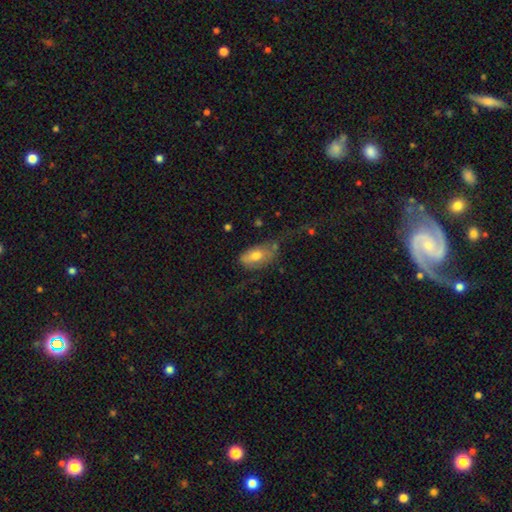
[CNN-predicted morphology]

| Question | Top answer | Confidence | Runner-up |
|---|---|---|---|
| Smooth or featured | smooth | 64% | featured or disk (29%) |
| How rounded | in between | 90% | round (5%) |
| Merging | none | 35% | major disturbance (33%) |